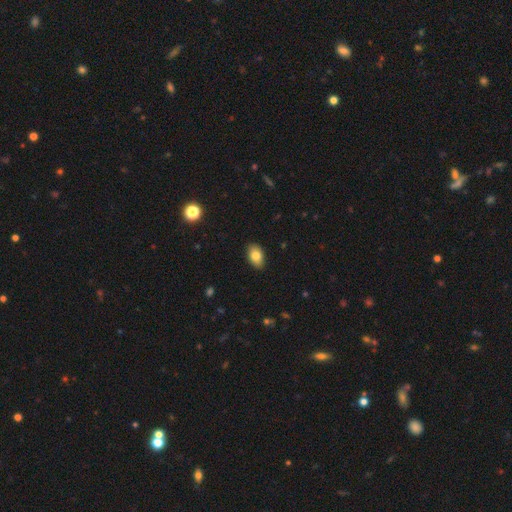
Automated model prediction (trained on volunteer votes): A smooth galaxy with no disk features (83%) that is in between round and cigar-shaped (89%). Merging: none (88%).